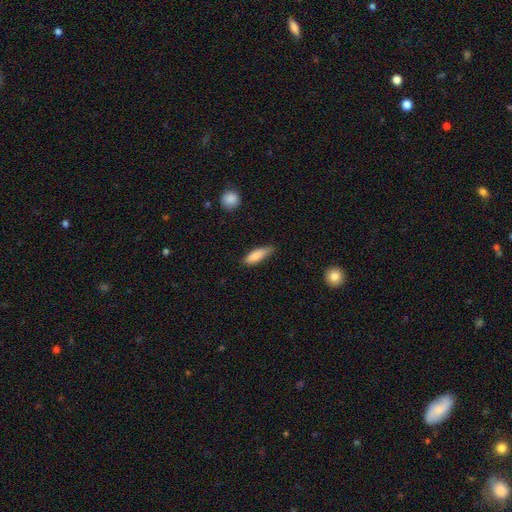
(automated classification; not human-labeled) Q: Smooth or featured?
A: smooth (84%); runner-up: featured or disk (10%)
Q: How rounded?
A: in between (54%); runner-up: cigar-shaped (44%)
Q: Merging?
A: none (64%); runner-up: minor disturbance (30%)